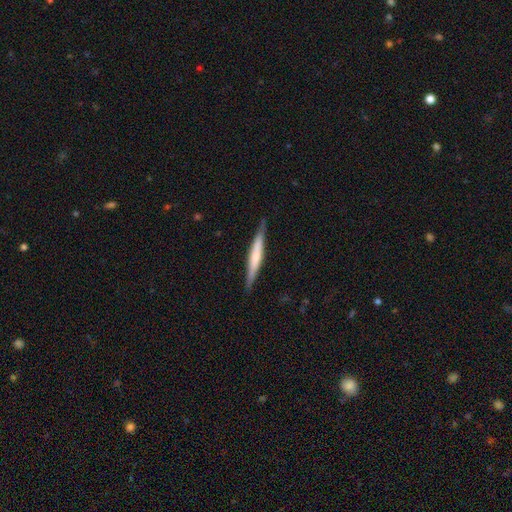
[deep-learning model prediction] Morphology: type=featured or disk (51%); edge-on=yes (96%); merging=none (87%).